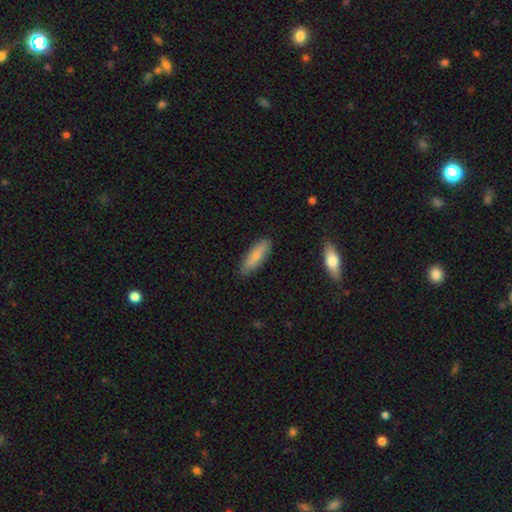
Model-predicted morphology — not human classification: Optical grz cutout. It shows a smooth galaxy with no disk features (75%) that is in between round and cigar-shaped (53%). Merging: none (84%).